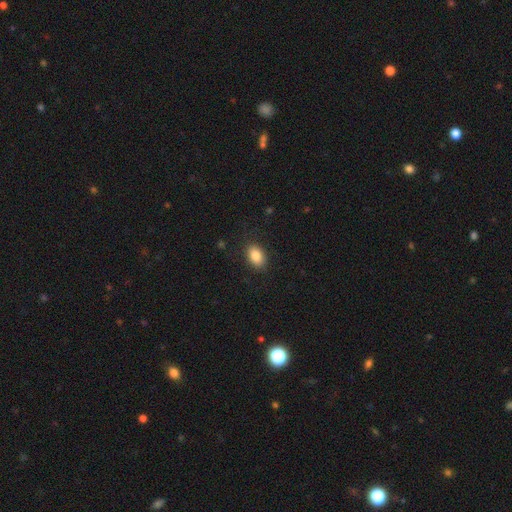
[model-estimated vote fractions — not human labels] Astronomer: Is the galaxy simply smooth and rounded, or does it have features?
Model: smooth — 86%.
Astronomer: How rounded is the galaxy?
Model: in between — 85%.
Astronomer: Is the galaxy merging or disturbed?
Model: none — 86%.